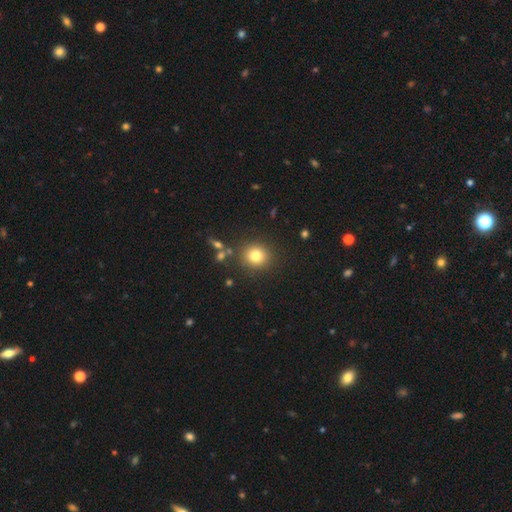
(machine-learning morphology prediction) Q: Smooth or featured?
A: smooth (80%); runner-up: star or artifact (13%)
Q: How rounded?
A: round (87%); runner-up: in between (12%)
Q: Merging?
A: none (86%); runner-up: minor disturbance (7%)